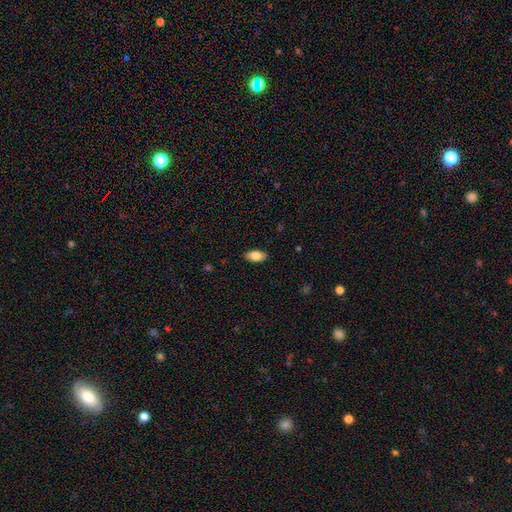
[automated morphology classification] This appears to be a smooth galaxy with no disk features (84%) that is in between round and cigar-shaped (93%). Merging: none (88%).